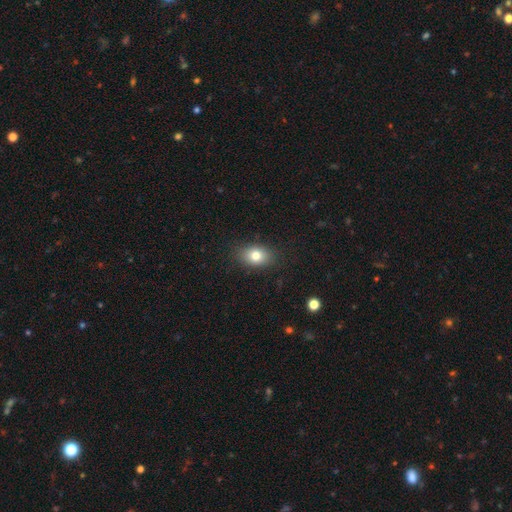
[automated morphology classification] Q: Smooth or featured?
A: smooth (79%); runner-up: featured or disk (11%)
Q: How rounded?
A: in between (77%); runner-up: round (21%)
Q: Merging?
A: none (85%); runner-up: minor disturbance (10%)